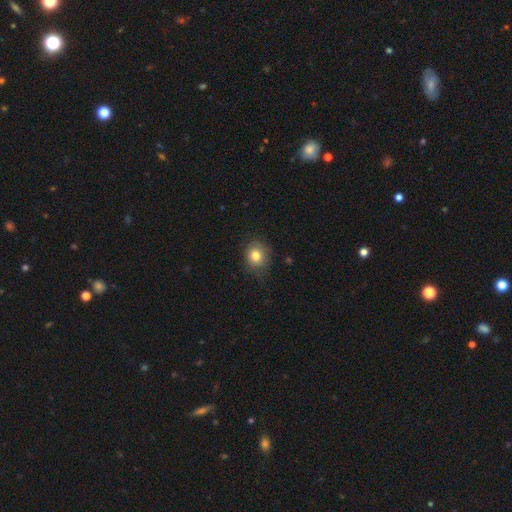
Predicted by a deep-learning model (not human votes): This is likely a smooth galaxy (80%). How rounded: likely round (75%). Merging: likely none (75%).